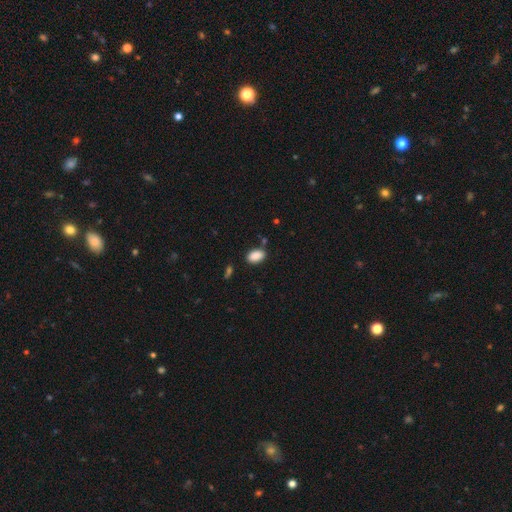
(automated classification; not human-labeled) smooth_or_featured: smooth (p=0.89) [alt: star or artifact p=0.08]
how_rounded: in between (p=0.91) [alt: round p=0.07]
merging: none (p=0.82) [alt: minor disturbance p=0.12]